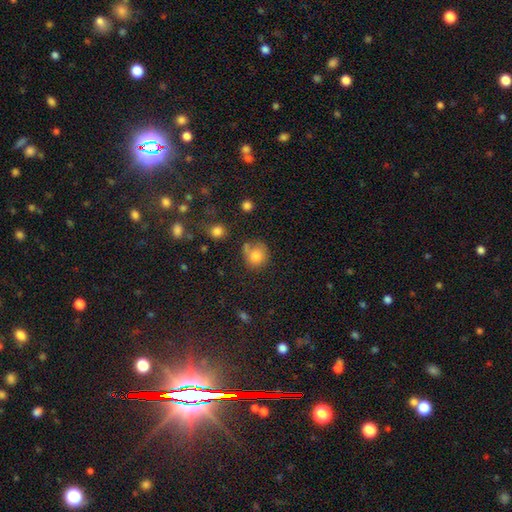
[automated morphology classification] This is likely a smooth galaxy (79%). How rounded: clearly round (81%). Merging: possibly none (57%).